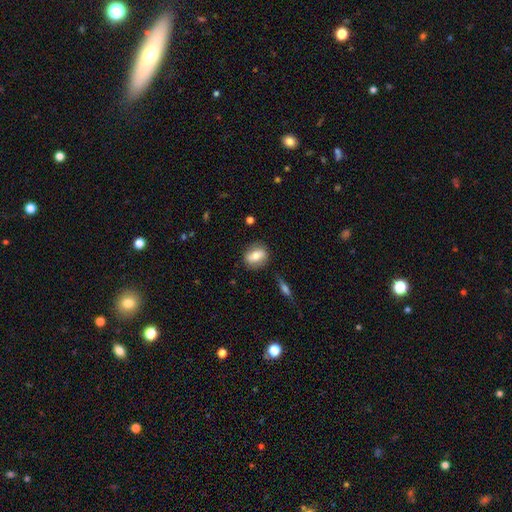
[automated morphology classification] smooth 66%, featured or disk 27%, star or artifact 8%. Down the decision tree: how rounded — in between (60%); merging — none (80%).